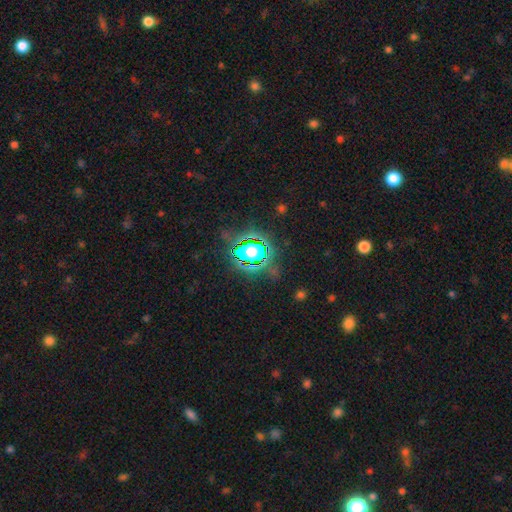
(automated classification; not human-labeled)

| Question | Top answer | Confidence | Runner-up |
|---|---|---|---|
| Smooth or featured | star or artifact | 79% | smooth (14%) |